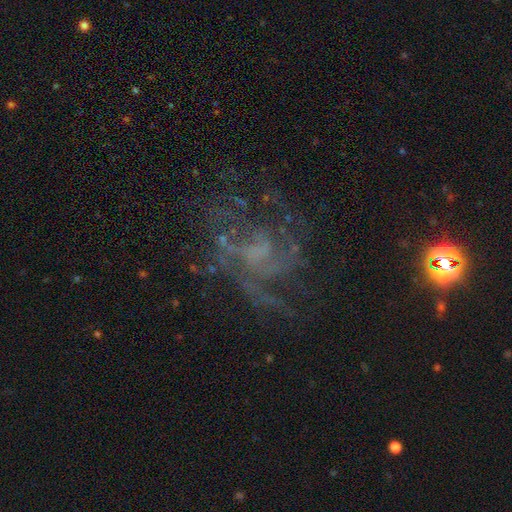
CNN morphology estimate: Smooth or featured?
  - featured or disk: 72% *
  - star or artifact: 19%
  - smooth: 9%
Edge-on disk?
  - no: 97% *
  - yes: 3%
Bar?
  - no: 64% *
  - weak: 29%
  - strong: 7%
Spiral arms?
  - yes: 83% *
  - no: 17%
Spiral winding?
  - medium: 44% *
  - loose: 29%
  - tight: 27%
Spiral arm count?
  - can't tell: 38% *
  - 3: 19%
  - 2: 15%
  - 4: 12%
  - more than 4: 8%
  - 1: 7%
Bulge size?
  - none: 53% *
  - small: 28%
  - moderate: 15%
  - large: 3%
  - dominant: 1%
Merging?
  - none: 57% *
  - major disturbance: 25%
  - minor disturbance: 15%
  - merger: 3%